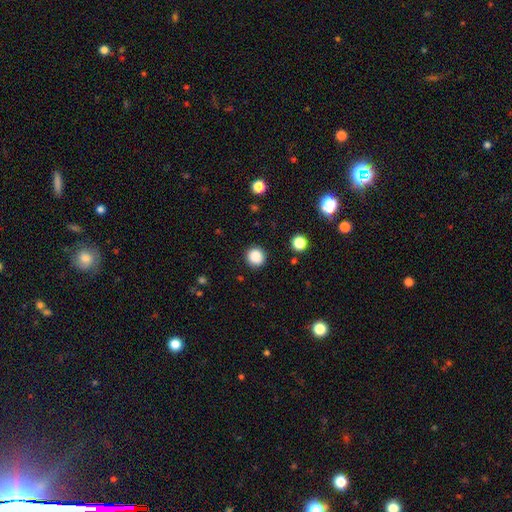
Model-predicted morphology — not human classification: Smooth or featured?
  - smooth: 86% *
  - star or artifact: 10%
  - featured or disk: 4%
How rounded?
  - round: 92% *
  - in between: 7%
  - cigar-shaped: 1%
Merging?
  - none: 89% *
  - minor disturbance: 7%
  - major disturbance: 2%
  - merger: 1%